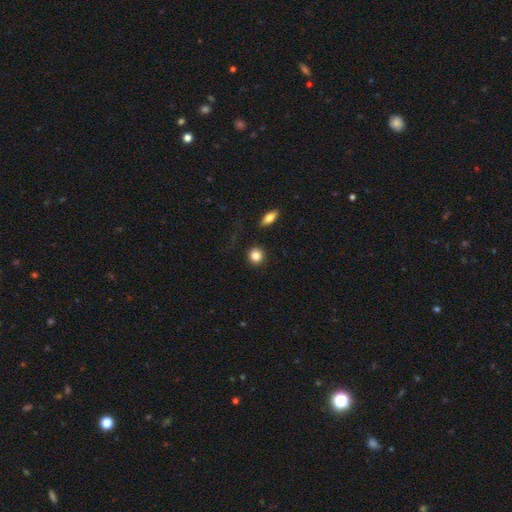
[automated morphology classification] Q: Smooth or featured?
A: smooth (85%); runner-up: star or artifact (9%)
Q: How rounded?
A: round (88%); runner-up: in between (11%)
Q: Merging?
A: none (89%); runner-up: minor disturbance (7%)